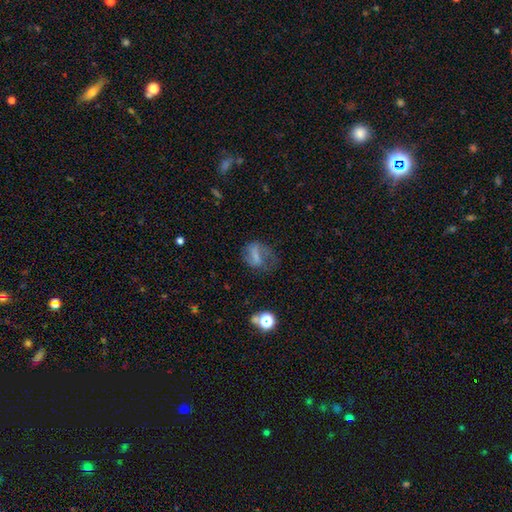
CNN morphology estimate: Smooth or featured?
  - smooth: 47% *
  - featured or disk: 39%
  - star or artifact: 14%
Merging?
  - none: 41% *
  - major disturbance: 31%
  - minor disturbance: 25%
  - merger: 3%